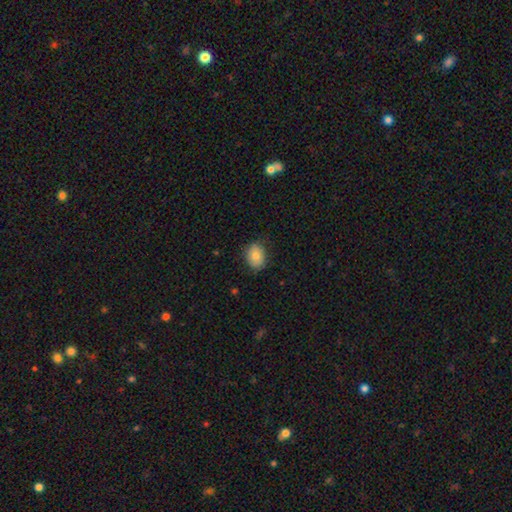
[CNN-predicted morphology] This is likely a smooth galaxy (78%). How rounded: likely in between (62%). Merging: likely none (78%).